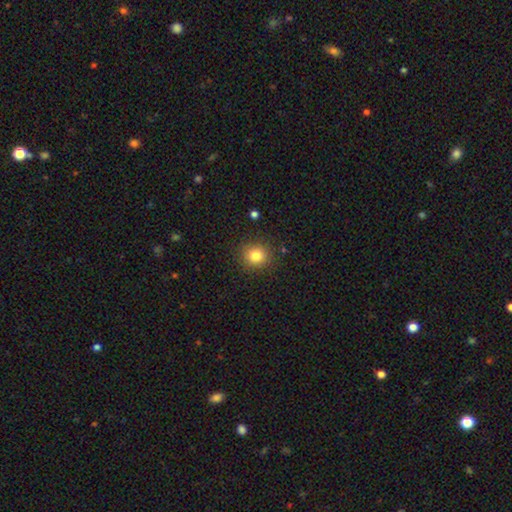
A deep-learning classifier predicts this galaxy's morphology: Smooth or featured? Predicted: smooth (p=0.82). How rounded? Predicted: round (p=0.85). Merging? Predicted: none (p=0.88).